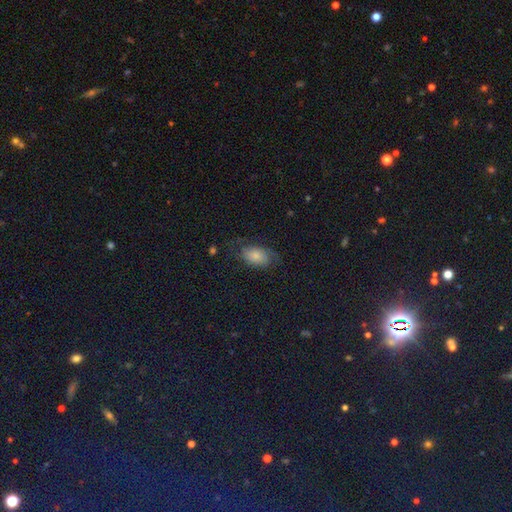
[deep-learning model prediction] smooth 65%, featured or disk 26%, star or artifact 9%. Down the decision tree: how rounded — in between (89%); merging — none (59%).